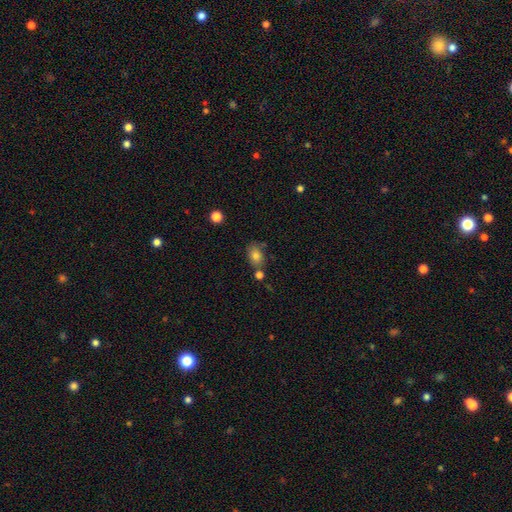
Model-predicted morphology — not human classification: A smooth galaxy with no disk features (80%) that is in between round and cigar-shaped (72%).

Vote fractions:
- Smooth or featured? smooth: 80% / star or artifact: 10% / featured or disk: 10%
- How rounded? in between: 72% / round: 27% / cigar-shaped: 1%
- Merging? none: 64% / minor disturbance: 17% / merger: 14% / major disturbance: 5%